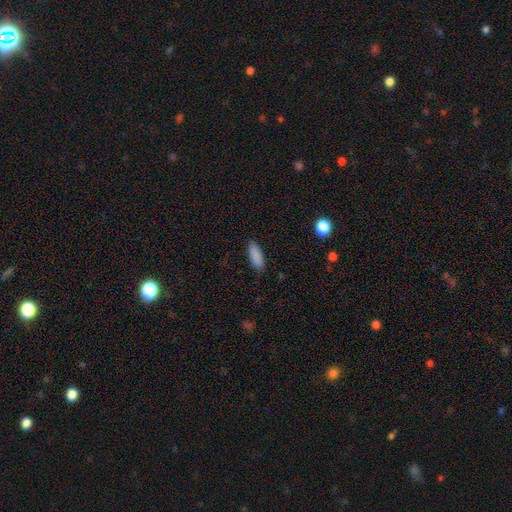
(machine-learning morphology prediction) This appears to be a smooth galaxy with no disk features (88%) that is in between round and cigar-shaped (68%). Merging: none (86%).